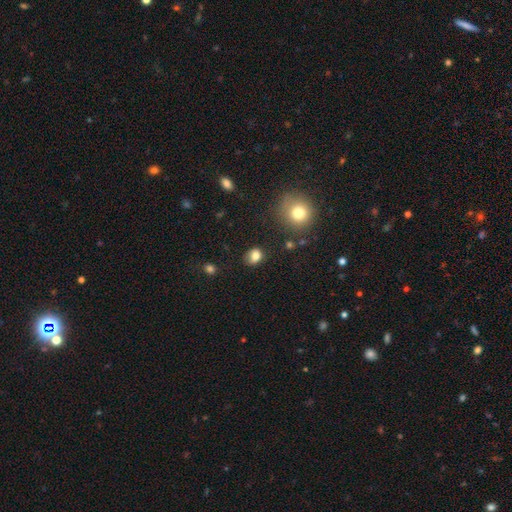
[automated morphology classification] Q: Smooth or featured?
A: smooth (82%); runner-up: star or artifact (12%)
Q: How rounded?
A: round (50%); runner-up: in between (49%)
Q: Merging?
A: none (73%); runner-up: minor disturbance (18%)